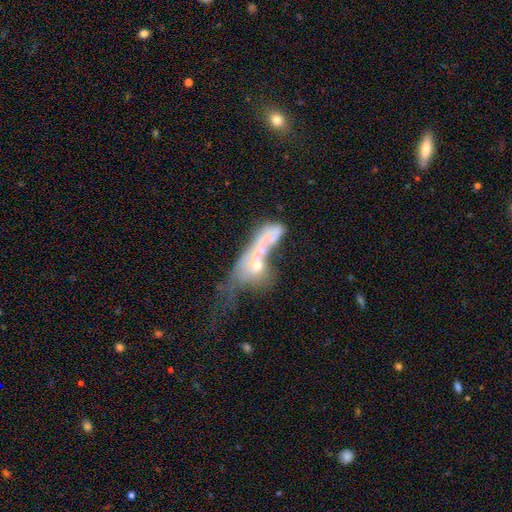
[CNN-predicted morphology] Overall: featured or disk (47%; smooth 41%). Merging: merger (58%; major disturbance 18%).